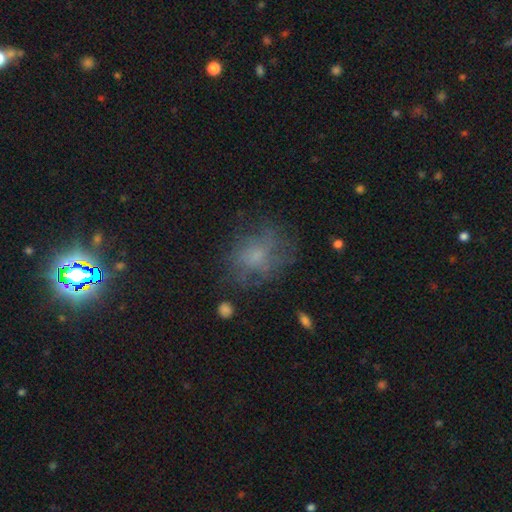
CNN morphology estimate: This appears to be a smooth galaxy with no disk features (50%). Merging: none (57%).